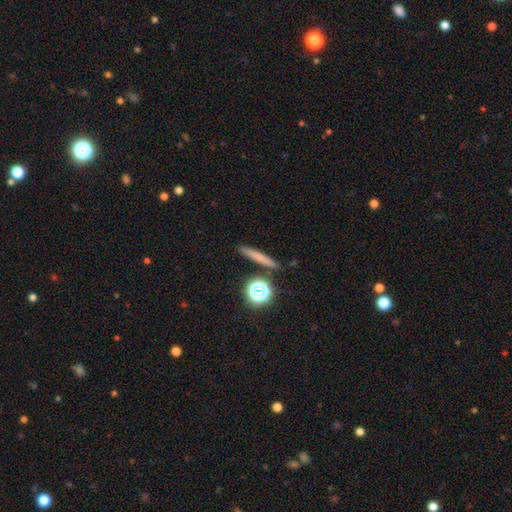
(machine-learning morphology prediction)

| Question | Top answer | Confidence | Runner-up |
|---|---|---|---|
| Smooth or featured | smooth | 59% | featured or disk (25%) |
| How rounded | cigar-shaped | 79% | round (14%) |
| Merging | none | 87% | minor disturbance (7%) |